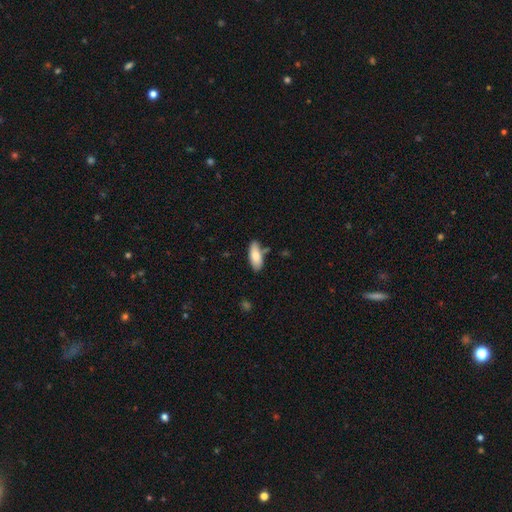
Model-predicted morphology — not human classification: Smooth or featured?
  - smooth: 80% *
  - featured or disk: 14%
  - star or artifact: 6%
How rounded?
  - in between: 79% *
  - cigar-shaped: 19%
  - round: 2%
Merging?
  - none: 71% *
  - minor disturbance: 18%
  - merger: 7%
  - major disturbance: 3%